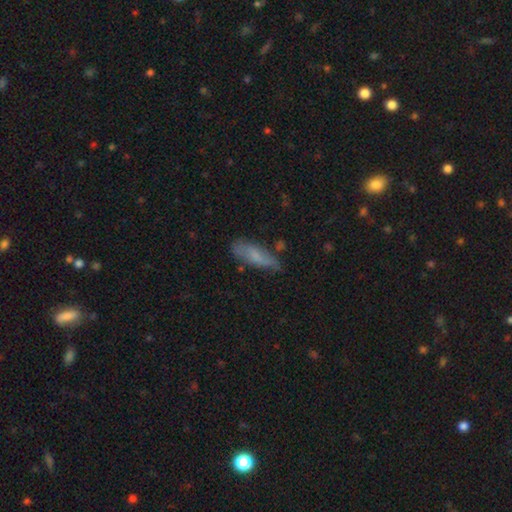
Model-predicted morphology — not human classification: type=smooth (66%); roundness=cigar-shaped (50%); merging=none (62%).